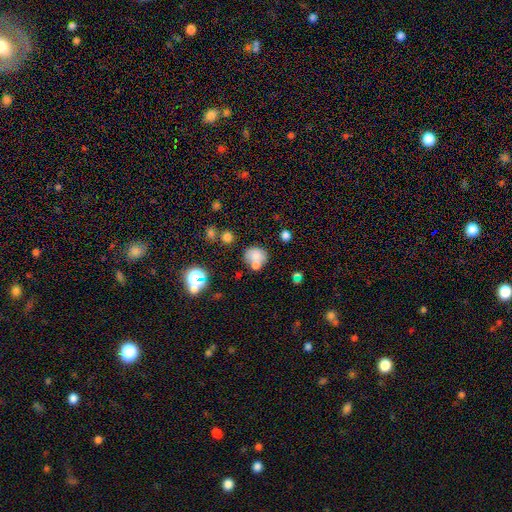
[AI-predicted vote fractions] Q: Smooth or featured?
A: smooth (70%); runner-up: featured or disk (15%)
Q: How rounded?
A: round (68%); runner-up: in between (31%)
Q: Merging?
A: none (48%); runner-up: merger (31%)